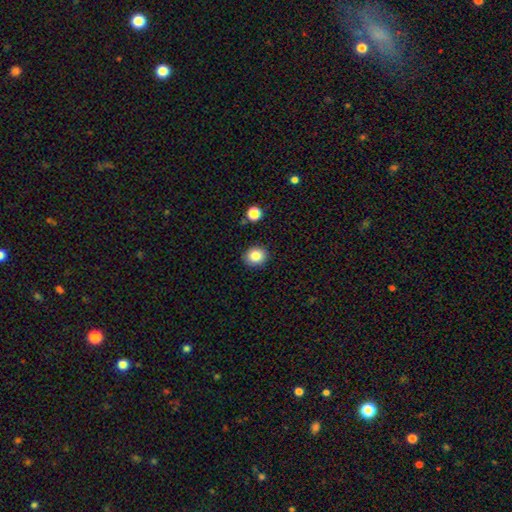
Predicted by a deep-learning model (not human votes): smooth 84%, star or artifact 10%, featured or disk 6%. Down the decision tree: how rounded — round (78%); merging — none (89%).